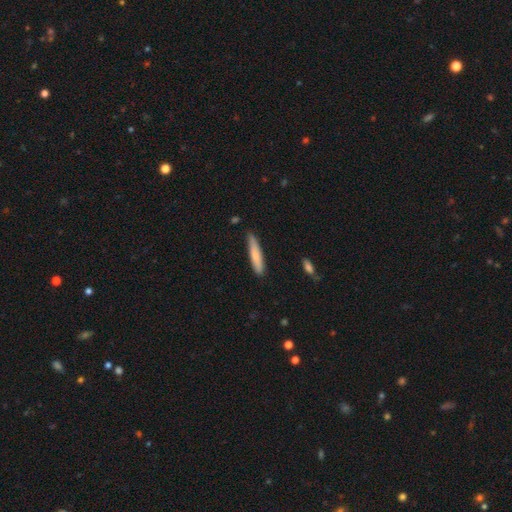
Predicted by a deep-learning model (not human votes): smooth 76%, featured or disk 18%, star or artifact 6%. Down the decision tree: how rounded — cigar-shaped (87%); merging — none (76%).